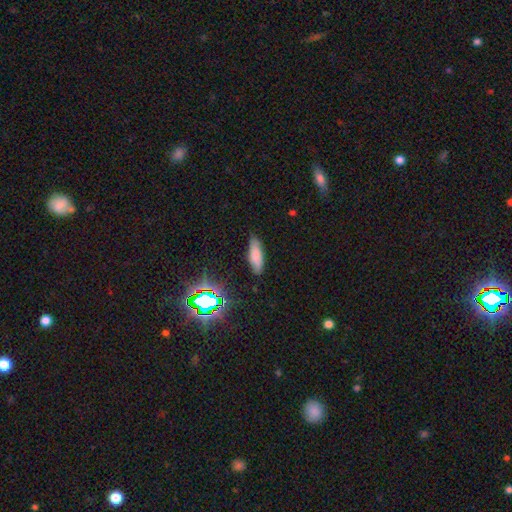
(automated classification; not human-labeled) smooth 76%, star or artifact 12%, featured or disk 12%. Down the decision tree: how rounded — in between (54%); merging — none (84%).